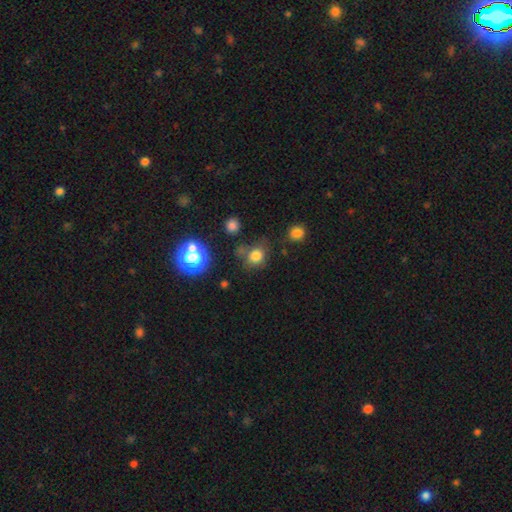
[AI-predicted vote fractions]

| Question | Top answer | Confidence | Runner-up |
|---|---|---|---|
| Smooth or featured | smooth | 74% | star or artifact (19%) |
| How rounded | round | 75% | in between (24%) |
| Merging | none | 65% | minor disturbance (18%) |